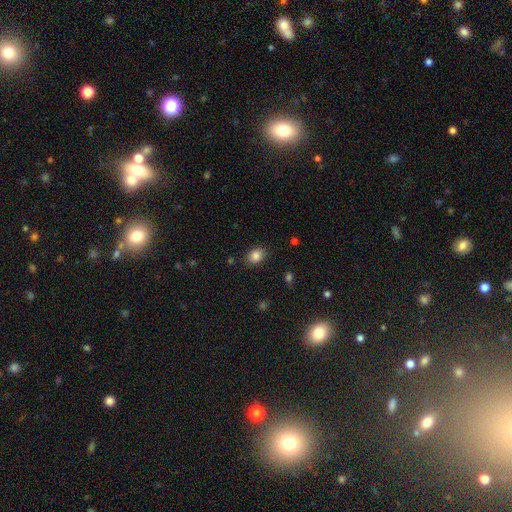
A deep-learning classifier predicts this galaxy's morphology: Smooth or featured? Predicted: smooth (p=0.85). How rounded? Predicted: in between (p=0.73). Merging? Predicted: none (p=0.82).